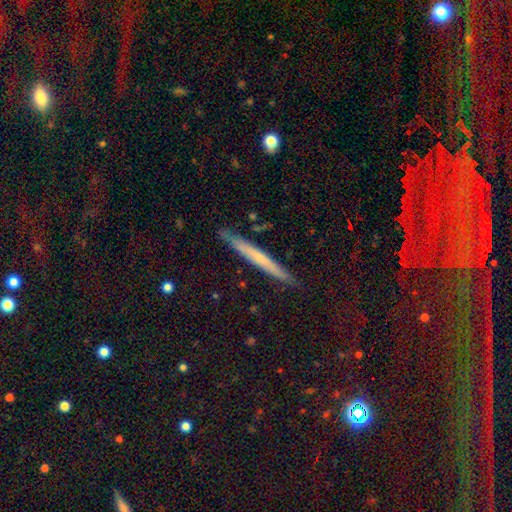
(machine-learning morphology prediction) Overall: featured or disk (48%; smooth 44%). Merging: none (89%).